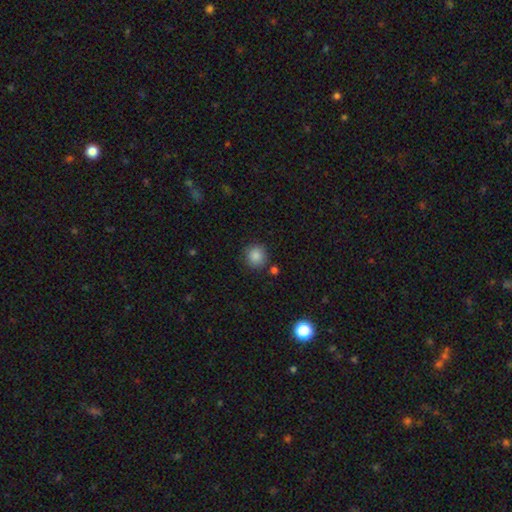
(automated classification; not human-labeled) A smooth galaxy with no disk features (87%) that is round (91%). Merging: none (84%).